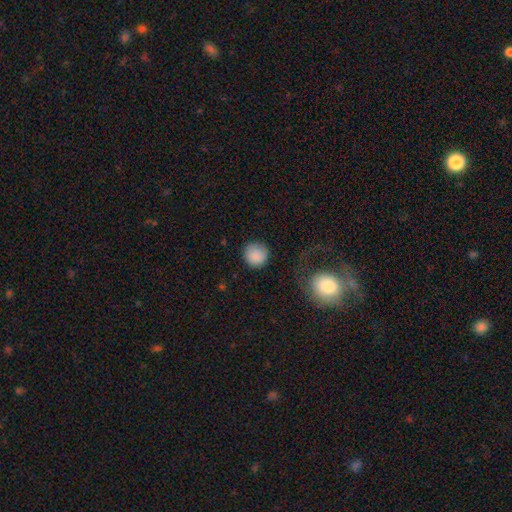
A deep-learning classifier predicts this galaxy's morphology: Overall: smooth (87%). How rounded: round (94%). Merging: none (86%).